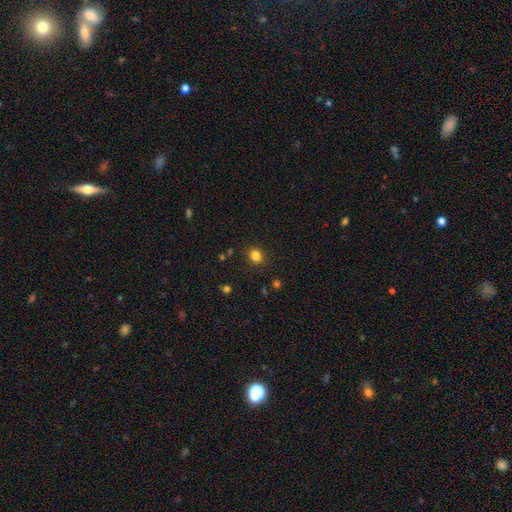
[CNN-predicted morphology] Smooth or featured: smooth — 82% (star or artifact — 13%)
How rounded: round — 77% (in between — 22%)
Merging: none — 88% (minor disturbance — 8%)